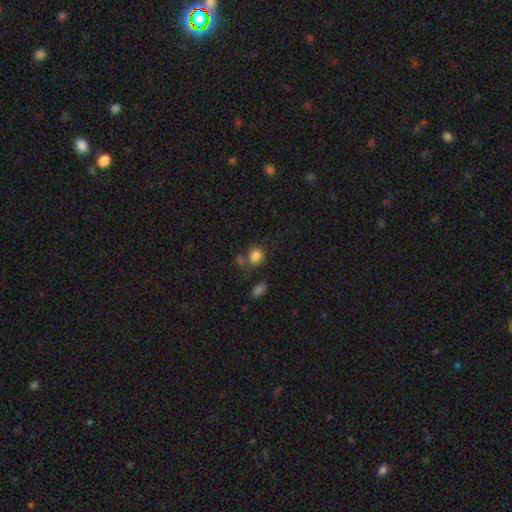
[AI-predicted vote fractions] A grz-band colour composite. It shows a smooth galaxy with no disk features (82%) that is round (51%). Merging: none (56%).